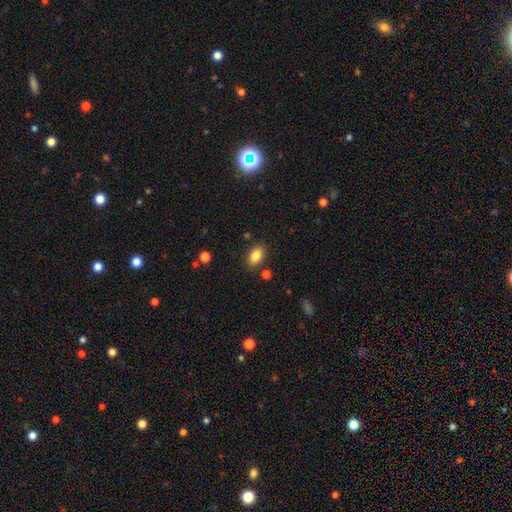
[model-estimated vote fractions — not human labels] Smooth or featured? smooth (84%)
How rounded? in between (89%)
Merging? none (84%)